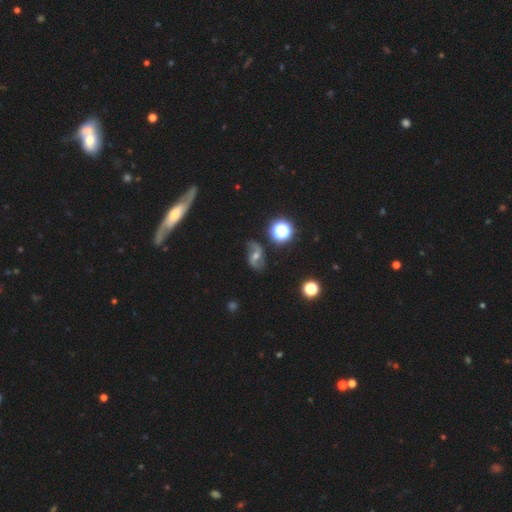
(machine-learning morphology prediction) A featured or disk galaxy (72%) with a weak bar (43%), 2 (91%) loose (51%) spiral arms (92%) and a moderate central bulge (55%). Merging: none (77%).